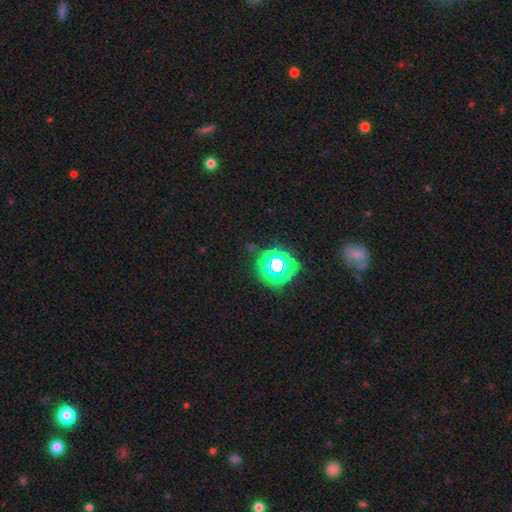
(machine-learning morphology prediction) smooth-or-featured: star or artifact: 70% | smooth: 24% | featured or disk: 6%